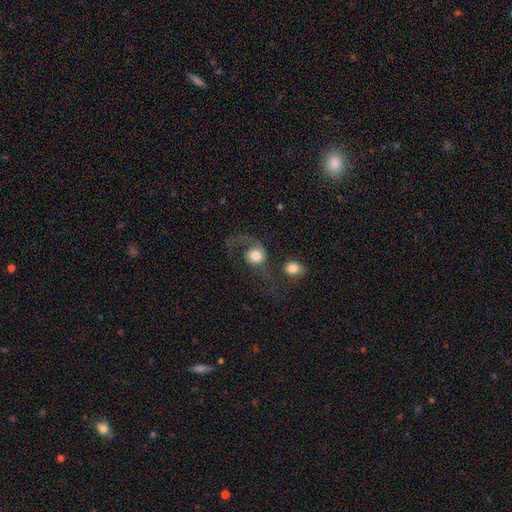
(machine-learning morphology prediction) Smooth or featured: smooth — 54% (featured or disk — 38%)
How rounded: round — 74% (in between — 25%)
Merging: major disturbance — 47% (none — 20%)